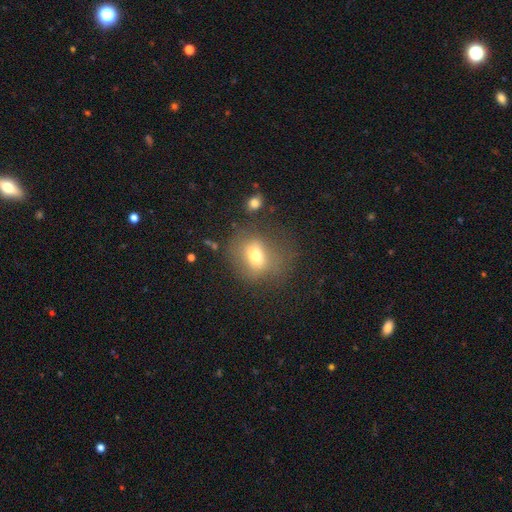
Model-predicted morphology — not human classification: smooth 64%, featured or disk 23%, star or artifact 13%. Down the decision tree: how rounded — round (53%); merging — none (58%).